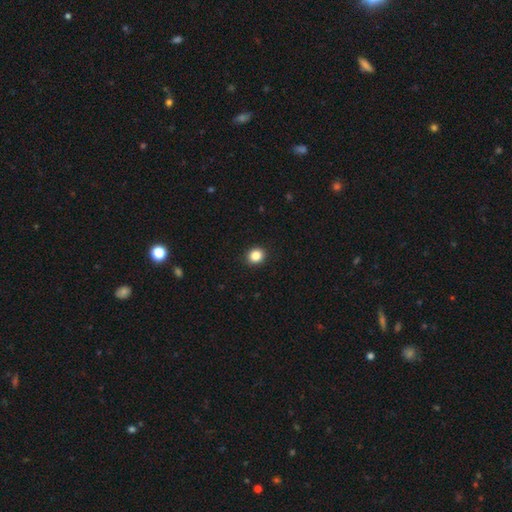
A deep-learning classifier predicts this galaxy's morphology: This appears to be a smooth galaxy with no disk features (85%) that is round (83%). Merging: none (92%).